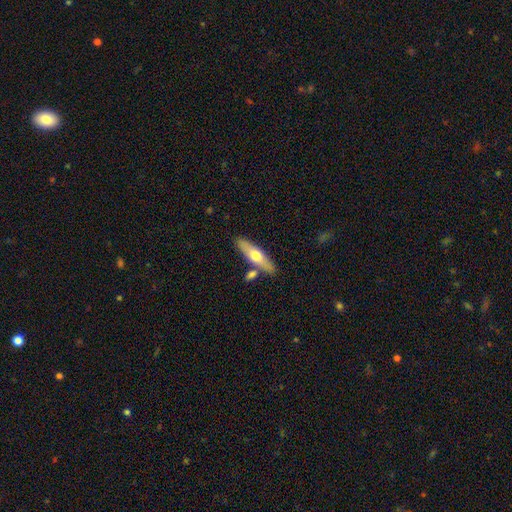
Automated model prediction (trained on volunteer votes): Smooth or featured? smooth (53%)
How rounded? cigar-shaped (66%)
Merging? none (74%)